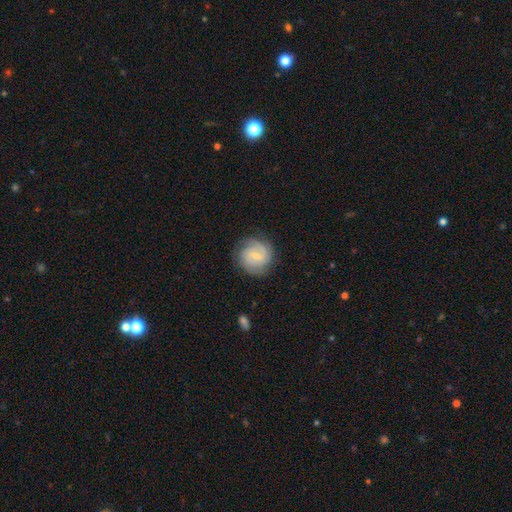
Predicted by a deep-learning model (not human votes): This is likely a featured or disk galaxy (74%). It is clearly not viewed edge-on (98%). Bar: possibly weak (59%). Spiral arm pattern: clearly yes (93%). Spiral arm count: possibly 2 (51%). Spiral winding: possibly tight (58%). Central bulge: likely small (64%). Merging: clearly none (81%).